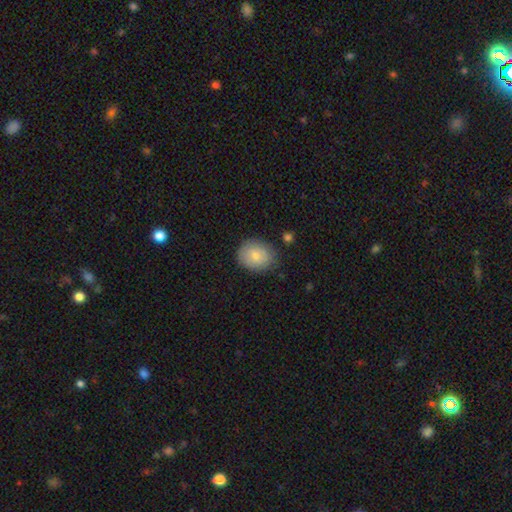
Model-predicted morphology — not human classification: This appears to be a smooth galaxy with no disk features (77%) that is round (58%). Merging: none (80%).